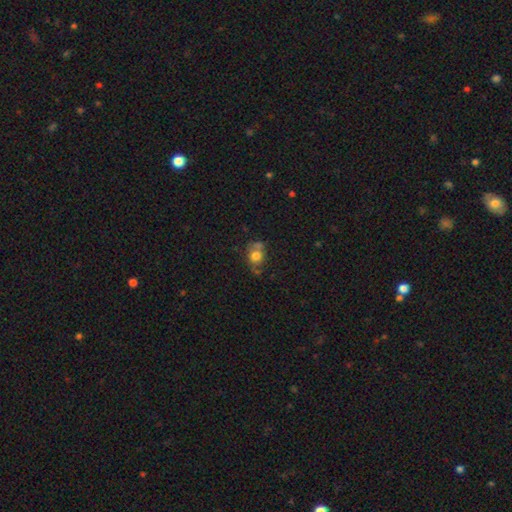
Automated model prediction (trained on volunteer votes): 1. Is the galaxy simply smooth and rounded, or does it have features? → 64% smooth, 24% featured or disk, 12% star or artifact.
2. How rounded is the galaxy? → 60% round, 38% in between, 1% cigar-shaped.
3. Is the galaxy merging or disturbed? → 47% none, 25% minor disturbance, 14% merger, 14% major disturbance.